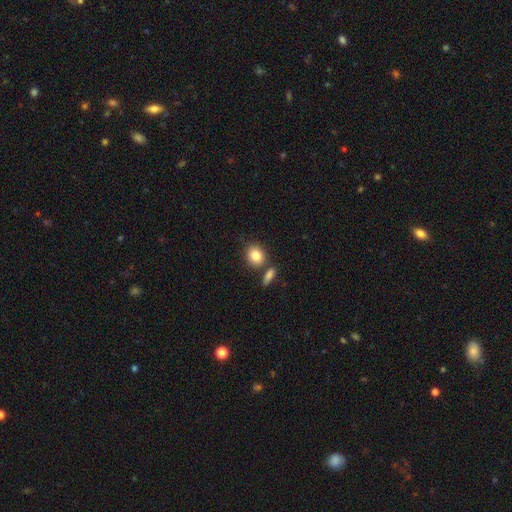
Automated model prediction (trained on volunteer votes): Overall: smooth (83%). How rounded: round (58%; in between 40%). Merging: none (67%).